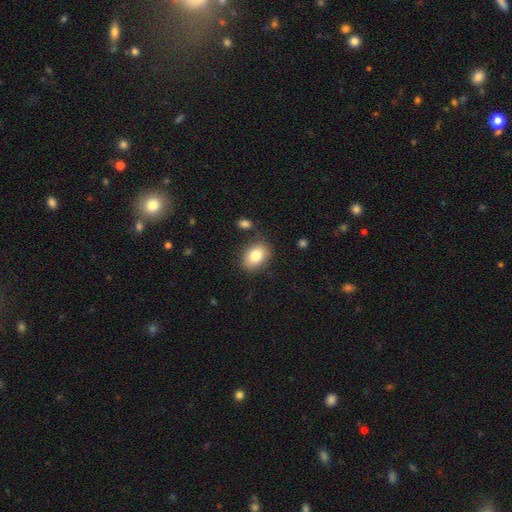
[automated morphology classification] type=smooth (82%); roundness=in between (76%); merging=none (81%).